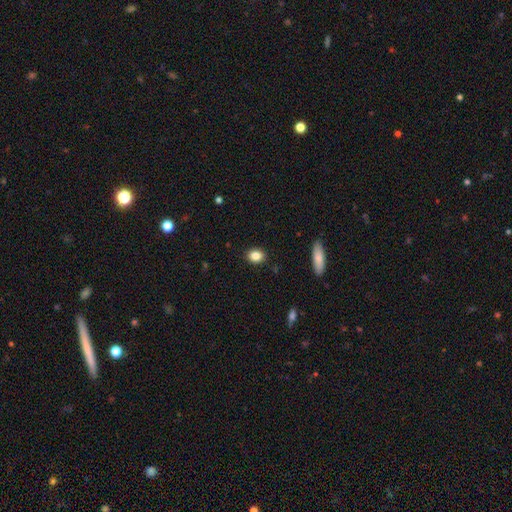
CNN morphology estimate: smooth_or_featured: smooth (p=0.85) [alt: star or artifact p=0.09]
how_rounded: in between (p=0.54) [alt: round p=0.44]
merging: none (p=0.89) [alt: minor disturbance p=0.08]